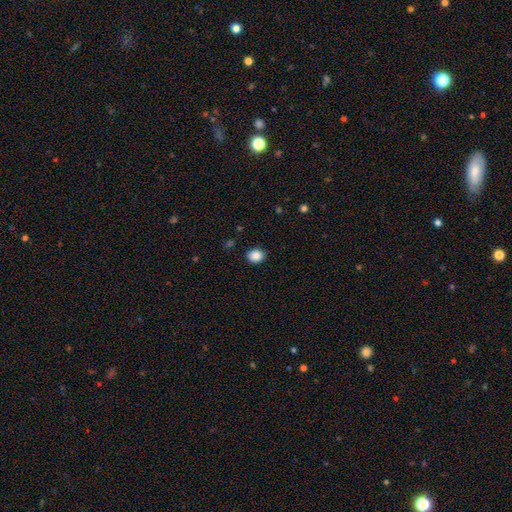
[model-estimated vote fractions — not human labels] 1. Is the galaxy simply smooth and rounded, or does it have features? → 88% smooth, 9% star or artifact, 3% featured or disk.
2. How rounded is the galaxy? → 58% round, 41% in between, 1% cigar-shaped.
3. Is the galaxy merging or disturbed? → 89% none, 8% minor disturbance, 2% major disturbance, 1% merger.